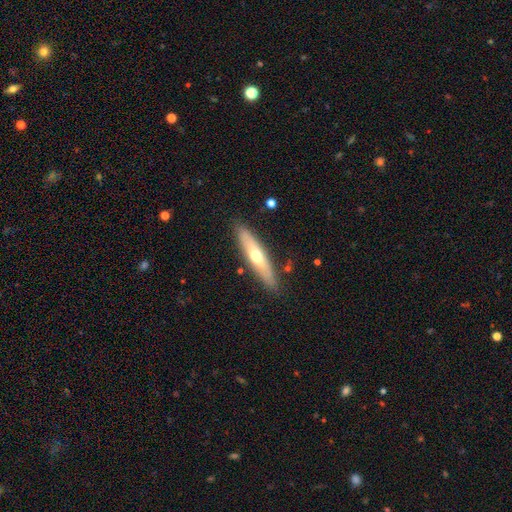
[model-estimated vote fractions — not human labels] This is possibly a smooth galaxy (49%). Merging: clearly none (86%).